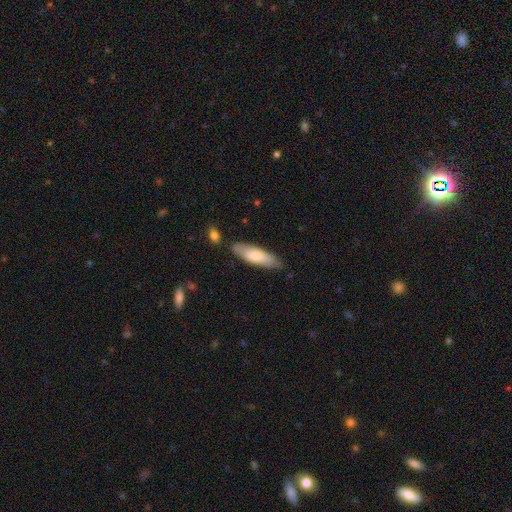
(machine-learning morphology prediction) Smooth or featured: smooth — 72% (featured or disk — 23%)
How rounded: cigar-shaped — 53% (in between — 46%)
Merging: none — 80% (minor disturbance — 14%)